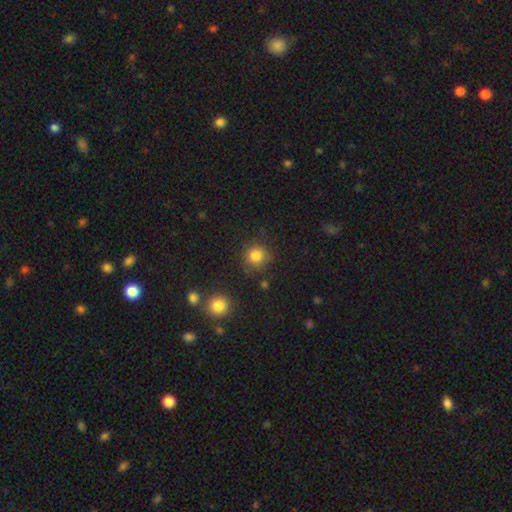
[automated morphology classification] A smooth galaxy with no disk features (84%) that is round (90%). Merging: none (81%).